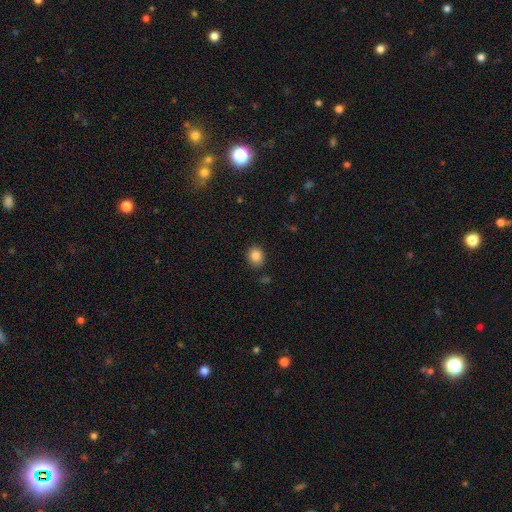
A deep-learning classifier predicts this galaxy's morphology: smooth_or_featured: smooth (p=0.85) [alt: star or artifact p=0.10]
how_rounded: round (p=0.71) [alt: in between p=0.29]
merging: none (p=0.87) [alt: minor disturbance p=0.09]